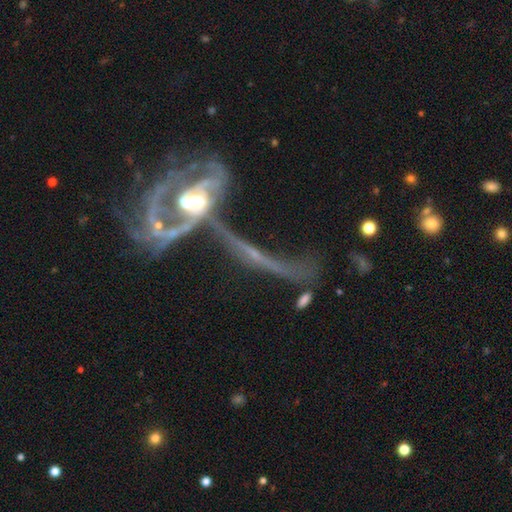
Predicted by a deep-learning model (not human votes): smooth-or-featured: featured or disk: 74% | smooth: 14% | star or artifact: 12%
  disk-edge-on: no: 71% | yes: 29%
    bar: no: 60% | weak: 23% | strong: 17%
    has-spiral-arms: yes: 62% | no: 38%
    bulge-size: moderate: 46% | small: 32% | none: 12% | large: 6% | dominant: 3%
  merging: merger: 54% | major disturbance: 23% | none: 15% | minor disturbance: 8%